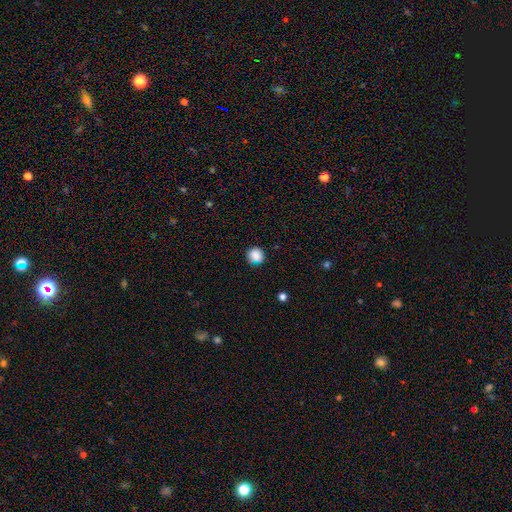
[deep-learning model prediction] Smooth or featured?
  - smooth: 87% *
  - star or artifact: 9%
  - featured or disk: 4%
How rounded?
  - round: 85% *
  - in between: 14%
  - cigar-shaped: 1%
Merging?
  - none: 80% *
  - minor disturbance: 15%
  - major disturbance: 3%
  - merger: 2%